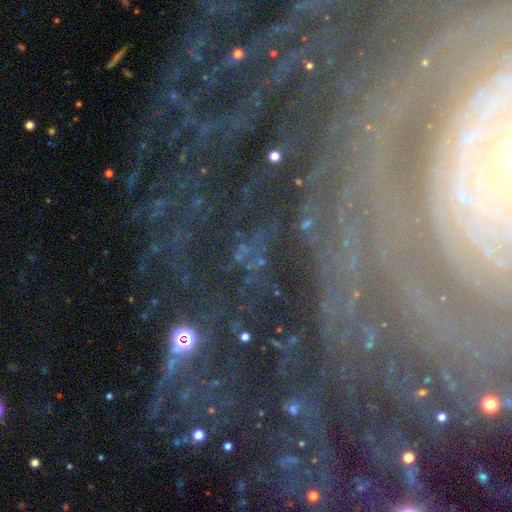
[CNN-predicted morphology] Smooth or featured?
  - star or artifact: 69% *
  - featured or disk: 20%
  - smooth: 11%